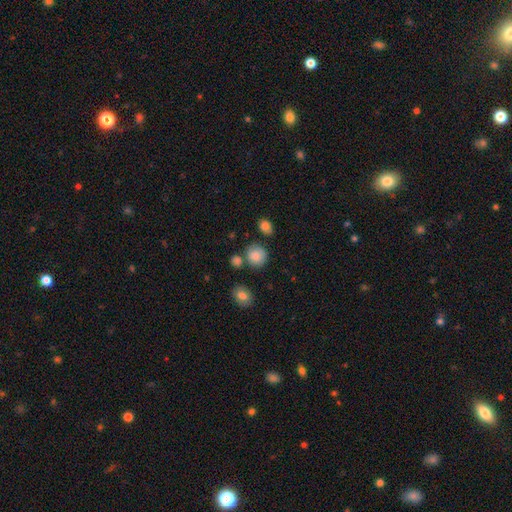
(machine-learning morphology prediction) The model was most divided on "merging": none: 73%, minor disturbance: 13%, merger: 10%, major disturbance: 4%. More confident: how rounded — round (85%); smooth or featured — smooth (85%).